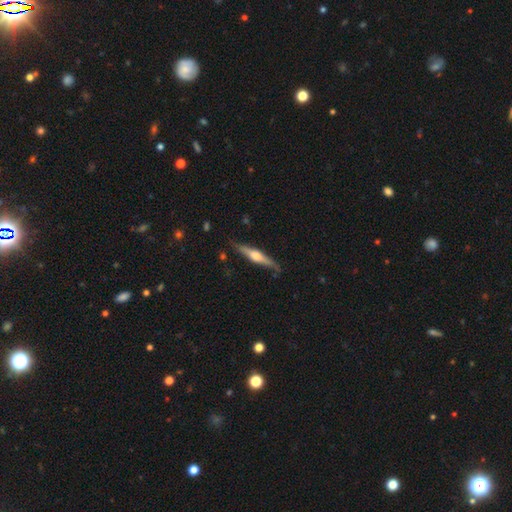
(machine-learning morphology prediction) A featured or disk galaxy (67%) viewed edge-on (97%) with a rounded central bulge (89%).

Vote fractions:
- Smooth or featured? featured or disk: 67% / smooth: 28% / star or artifact: 5%
- Edge-on disk? yes: 97% / no: 3%
- Edge-on bulge? rounded: 89% / boxy: 7% / none: 4%
- Merging? none: 83% / minor disturbance: 13% / major disturbance: 2% / merger: 2%